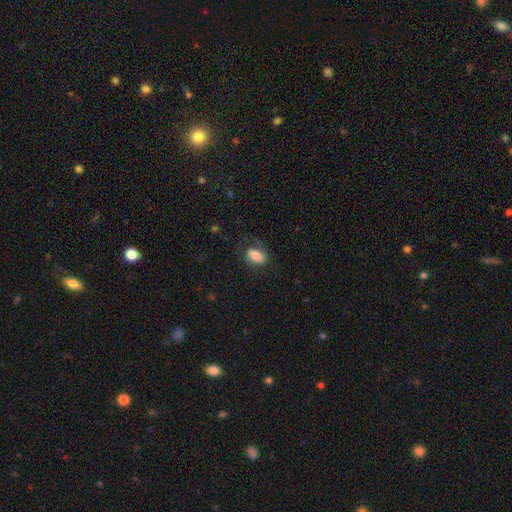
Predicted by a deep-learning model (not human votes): A smooth galaxy with no disk features (72%) that is in between round and cigar-shaped (89%).

Vote fractions:
- Smooth or featured? smooth: 72% / featured or disk: 20% / star or artifact: 8%
- How rounded? in between: 89% / round: 9% / cigar-shaped: 3%
- Merging? none: 62% / minor disturbance: 22% / major disturbance: 15% / merger: 1%